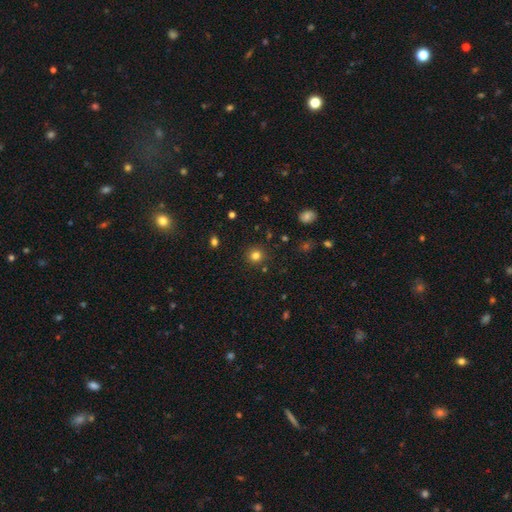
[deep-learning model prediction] smooth-or-featured: smooth: 80% | star or artifact: 14% | featured or disk: 6%
  how-rounded: round: 92% | in between: 7% | cigar-shaped: 1%
  merging: none: 89% | minor disturbance: 7% | major disturbance: 2% | merger: 2%